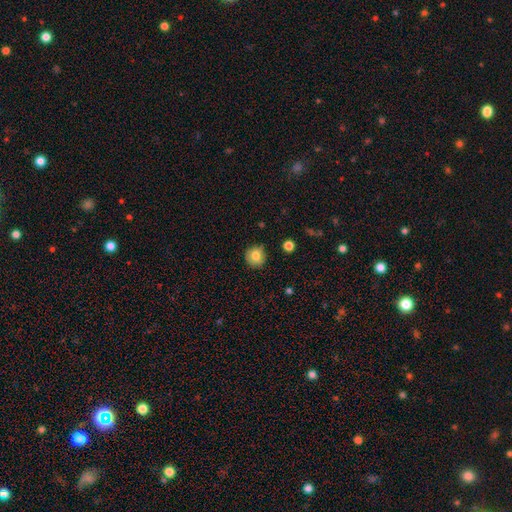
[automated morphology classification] This appears to be a smooth galaxy with no disk features (79%) that is round (92%). Merging: none (85%).